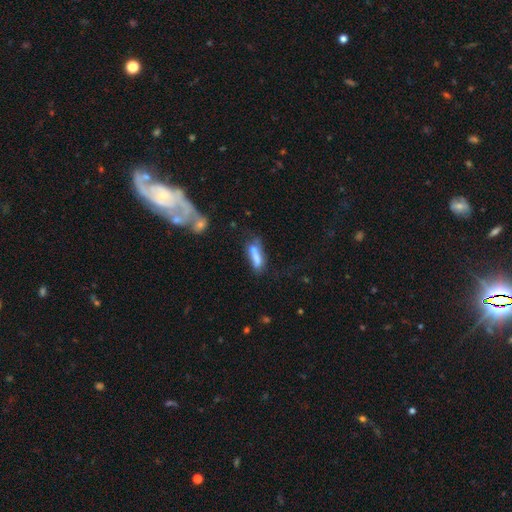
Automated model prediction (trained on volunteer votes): Smooth or featured?
  - smooth: 65% *
  - featured or disk: 25%
  - star or artifact: 10%
How rounded?
  - cigar-shaped: 59% *
  - in between: 39%
  - round: 3%
Merging?
  - none: 38% *
  - merger: 24%
  - minor disturbance: 23%
  - major disturbance: 15%